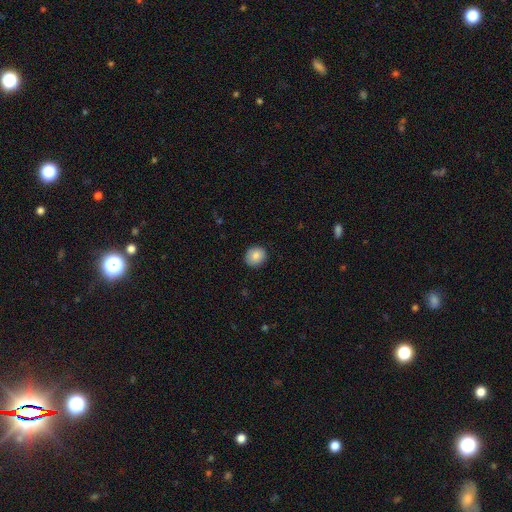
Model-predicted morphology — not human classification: Overall: smooth (84%). How rounded: round (84%). Merging: none (90%).